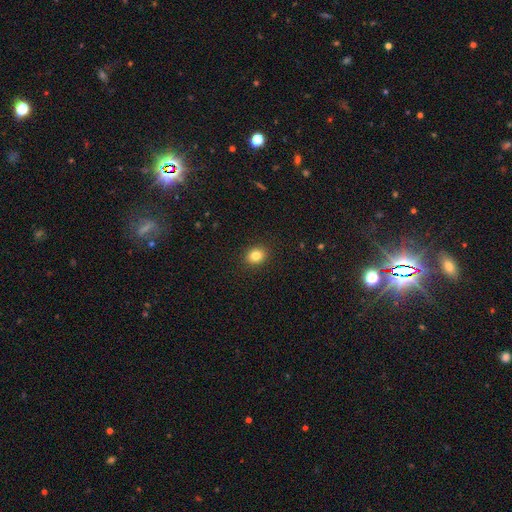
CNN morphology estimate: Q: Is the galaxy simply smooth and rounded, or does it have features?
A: smooth — 82%.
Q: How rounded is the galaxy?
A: round — 59%.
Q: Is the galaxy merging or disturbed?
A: none — 90%.